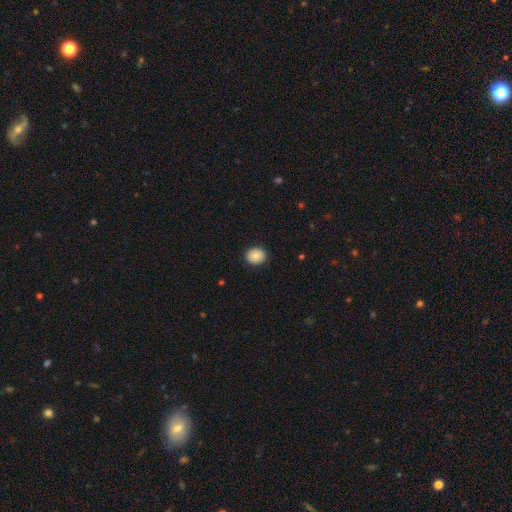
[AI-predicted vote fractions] Smooth or featured: smooth — 86% (star or artifact — 8%)
How rounded: round — 66% (in between — 33%)
Merging: none — 89% (minor disturbance — 8%)